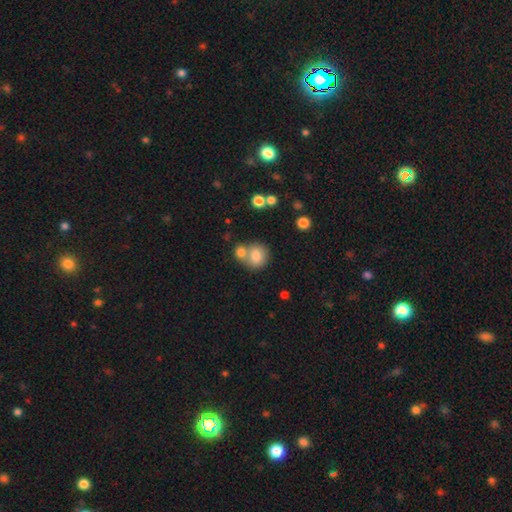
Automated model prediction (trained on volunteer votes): This is likely a smooth galaxy (77%). How rounded: likely round (78%). Merging: possibly none (46%).